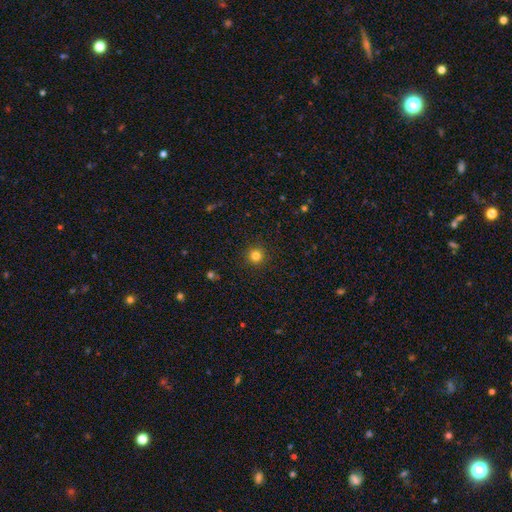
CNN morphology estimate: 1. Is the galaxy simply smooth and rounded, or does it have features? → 82% smooth, 13% star or artifact, 5% featured or disk.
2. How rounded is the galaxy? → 95% round, 4% in between, 1% cigar-shaped.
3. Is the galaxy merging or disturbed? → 92% none, 5% minor disturbance, 2% major disturbance, 1% merger.